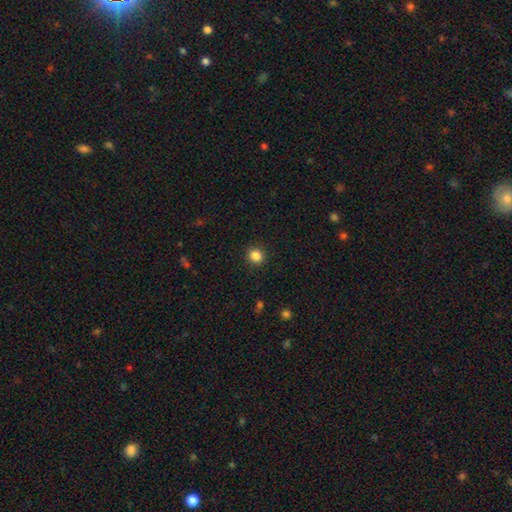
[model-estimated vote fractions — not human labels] Overall: smooth (85%). How rounded: round (87%). Merging: none (91%).